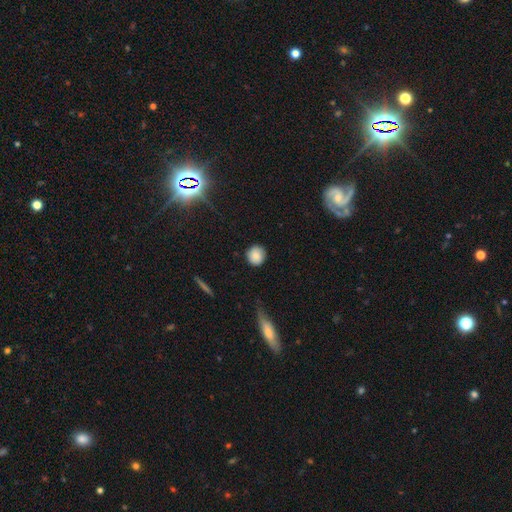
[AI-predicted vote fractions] Smooth or featured? smooth (85%)
How rounded? round (91%)
Merging? none (86%)